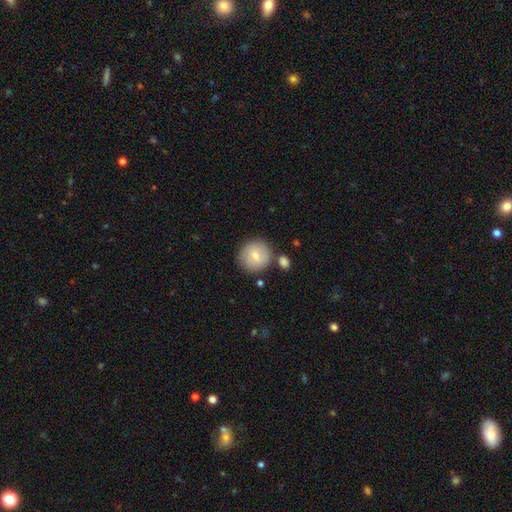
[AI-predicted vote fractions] smooth 74%, featured or disk 19%, star or artifact 7%. Down the decision tree: how rounded — round (92%); merging — none (75%).